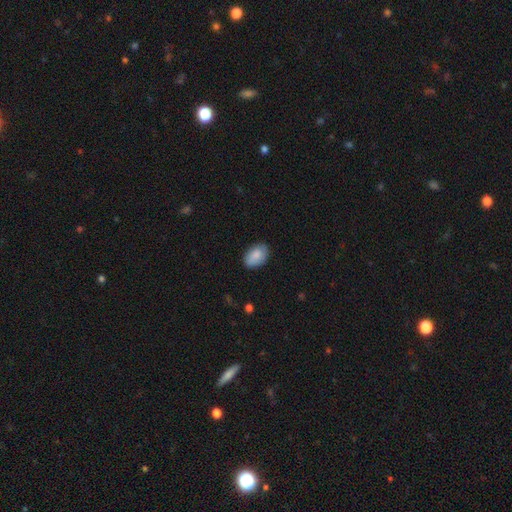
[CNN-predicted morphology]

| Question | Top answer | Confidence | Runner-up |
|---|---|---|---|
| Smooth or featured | smooth | 86% | featured or disk (8%) |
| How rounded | in between | 90% | round (9%) |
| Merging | none | 80% | minor disturbance (16%) |